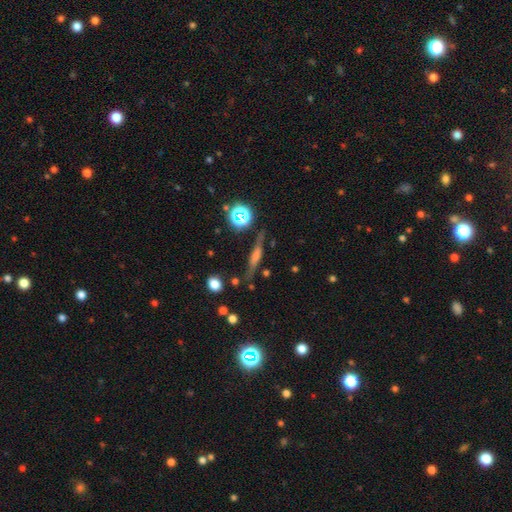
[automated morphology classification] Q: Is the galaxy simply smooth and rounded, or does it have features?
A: featured or disk — 56%.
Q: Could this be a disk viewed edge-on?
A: yes — 93%.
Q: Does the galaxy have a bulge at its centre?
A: rounded — 49%.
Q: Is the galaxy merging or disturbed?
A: none — 79%.